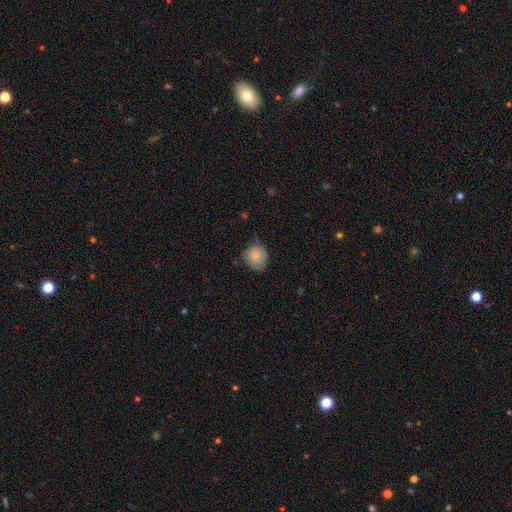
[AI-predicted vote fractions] Smooth or featured?
  - smooth: 77% *
  - featured or disk: 15%
  - star or artifact: 8%
How rounded?
  - round: 80% *
  - in between: 19%
  - cigar-shaped: 1%
Merging?
  - none: 56% *
  - minor disturbance: 35%
  - major disturbance: 7%
  - merger: 1%